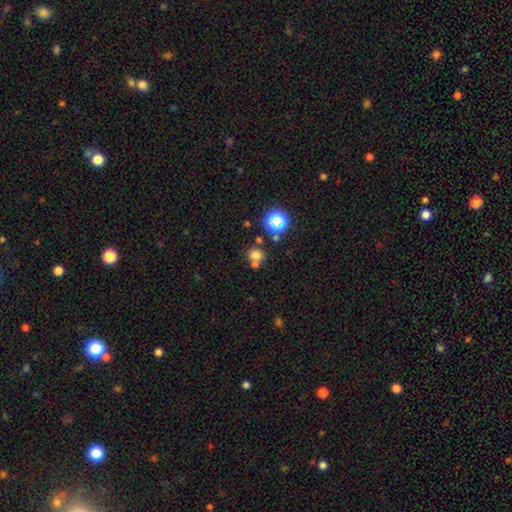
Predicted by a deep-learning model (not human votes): smooth 69%, star or artifact 21%, featured or disk 10%. Down the decision tree: how rounded — round (77%); merging — none (53%).